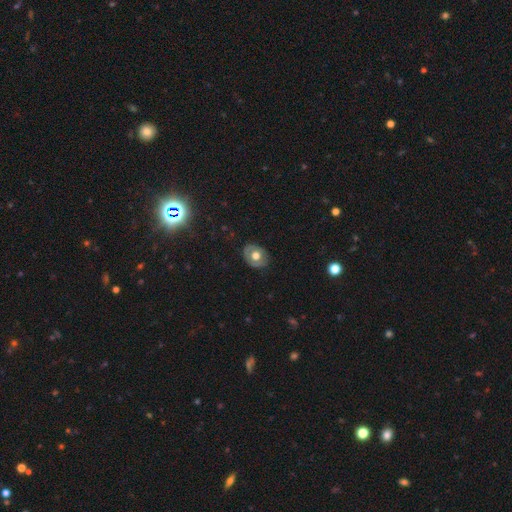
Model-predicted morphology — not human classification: The model was most divided on "smooth or featured": smooth: 47%, featured or disk: 46%, star or artifact: 7%. More confident: merging — none (82%).